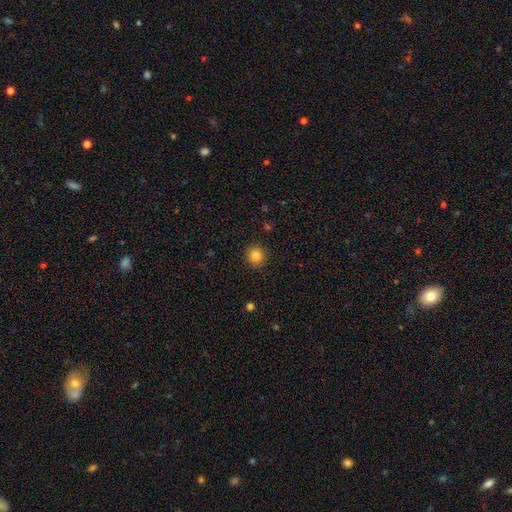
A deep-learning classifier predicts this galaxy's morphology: The model was most divided on "smooth or featured": smooth: 84%, star or artifact: 11%, featured or disk: 5%. More confident: how rounded — round (94%); merging — none (92%).